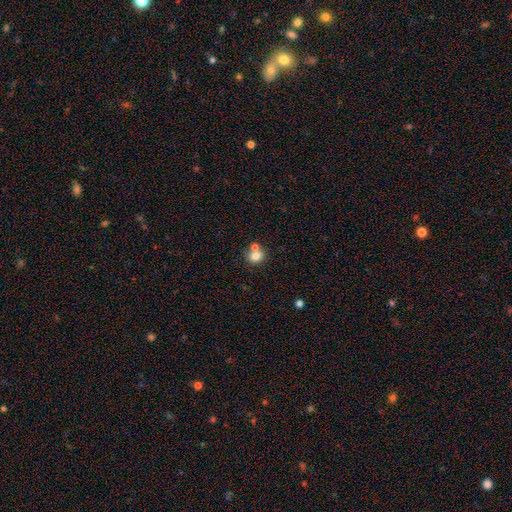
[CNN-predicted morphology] smooth_or_featured: smooth (p=0.79) [alt: star or artifact p=0.11]
how_rounded: round (p=0.72) [alt: in between p=0.27]
merging: none (p=0.52) [alt: merger p=0.34]